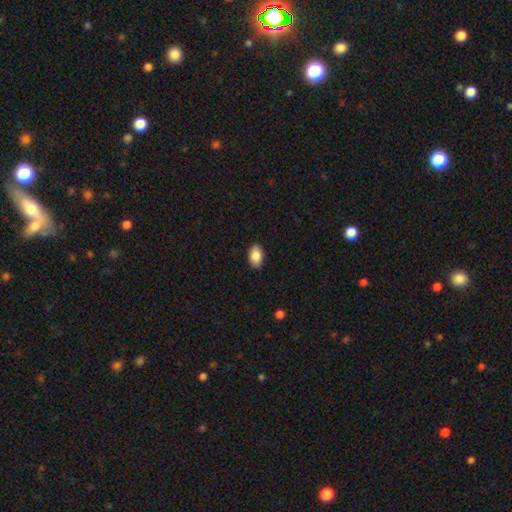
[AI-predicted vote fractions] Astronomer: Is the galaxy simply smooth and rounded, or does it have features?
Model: smooth — 87%.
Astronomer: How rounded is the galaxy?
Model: in between — 90%.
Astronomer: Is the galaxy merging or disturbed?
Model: none — 89%.